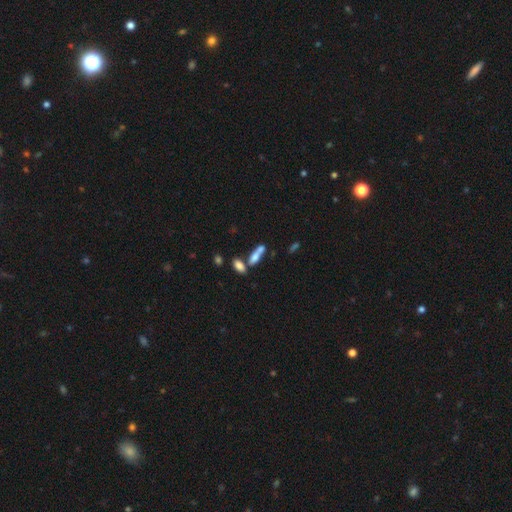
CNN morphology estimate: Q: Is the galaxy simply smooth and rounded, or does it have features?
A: smooth — 67%.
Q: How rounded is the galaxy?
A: in between — 58%.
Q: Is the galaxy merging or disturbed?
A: none — 41%, tied with merger.